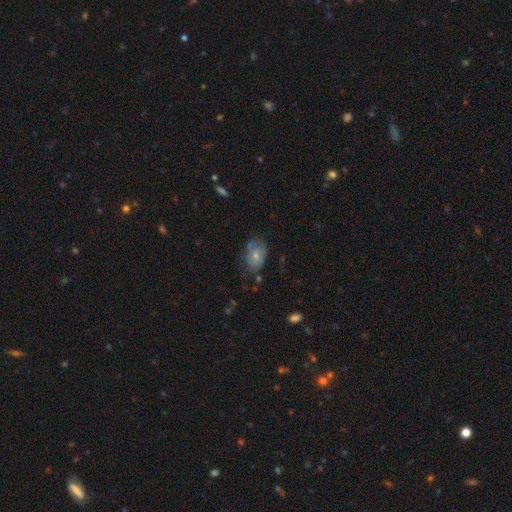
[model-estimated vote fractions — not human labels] Morphology: type=smooth (59%); roundness=in between (81%); merging=none (56%).